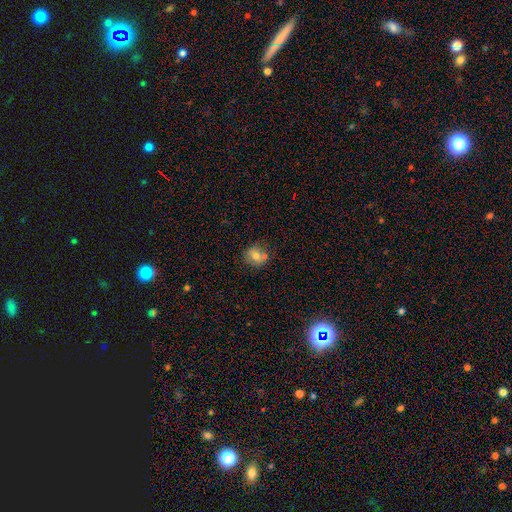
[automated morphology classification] Smooth or featured: smooth — 71% (featured or disk — 18%)
How rounded: round — 78% (in between — 21%)
Merging: none — 65% (merger — 16%)